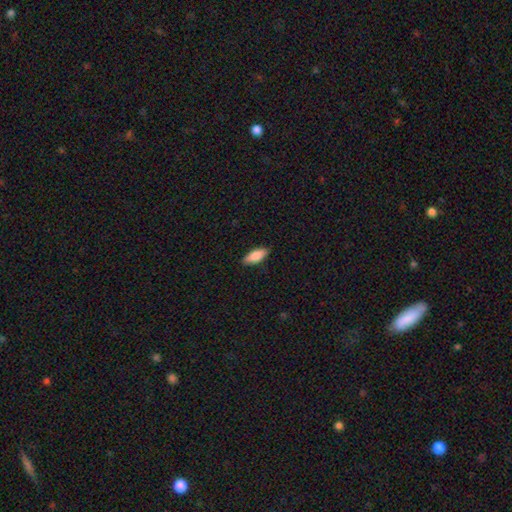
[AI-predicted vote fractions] Overall: smooth (86%). How rounded: in between (77%). Merging: none (87%).